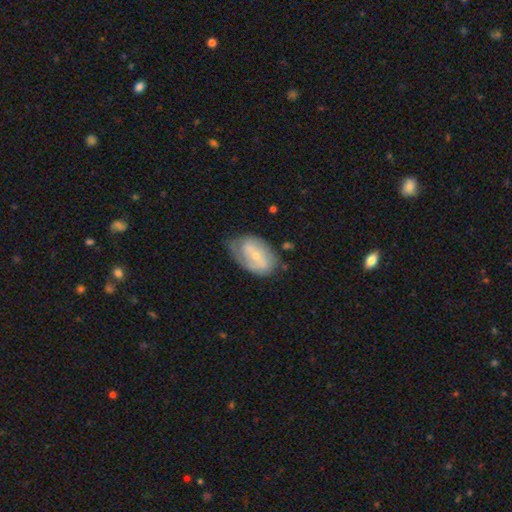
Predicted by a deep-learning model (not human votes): smooth_or_featured: featured or disk (p=0.67) [alt: smooth p=0.27]
disk_edge_on: no (p=0.96) [alt: yes p=0.04]
bar: weak (p=0.40) [alt: no p=0.39]
has_spiral_arms: yes (p=0.80) [alt: no p=0.20]
spiral_winding: medium (p=0.40) [alt: tight p=0.38]
spiral_arm_count: 2 (p=0.66) [alt: can't tell p=0.20]
bulge_size: small (p=0.68) [alt: moderate p=0.28]
merging: none (p=0.60) [alt: minor disturbance p=0.27]